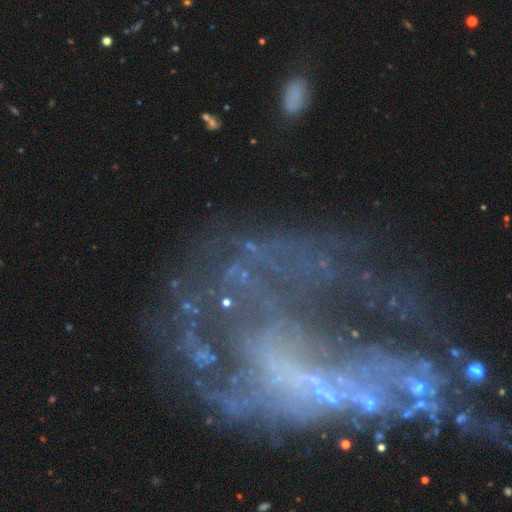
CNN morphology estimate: Smooth or featured: featured or disk — 69% (star or artifact — 18%)
Edge-on disk: no — 94% (yes — 6%)
Bar: no — 59% (weak — 24%)
Spiral arms: no — 54% (yes — 46%)
Bulge size: none — 63% (small — 20%)
Merging: major disturbance — 44% (none — 34%)